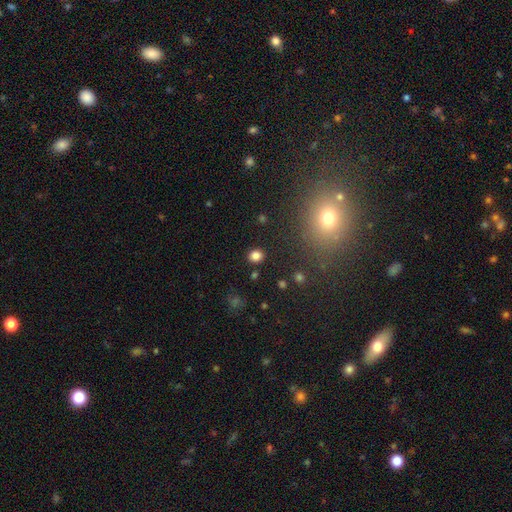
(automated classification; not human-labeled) smooth 82%, star or artifact 13%, featured or disk 4%. Down the decision tree: how rounded — round (74%); merging — none (90%).